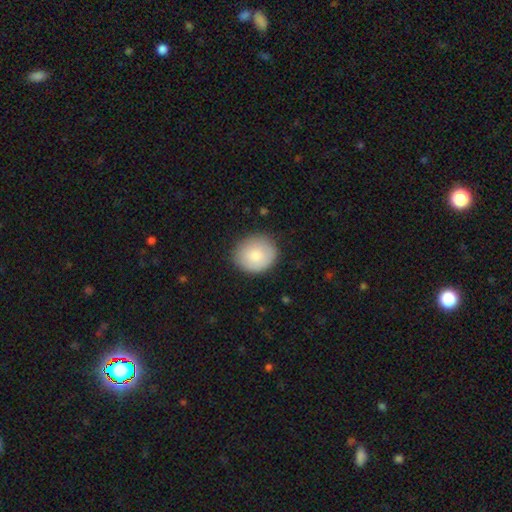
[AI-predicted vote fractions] smooth 80%, featured or disk 13%, star or artifact 7%. Down the decision tree: how rounded — round (76%); merging — none (82%).